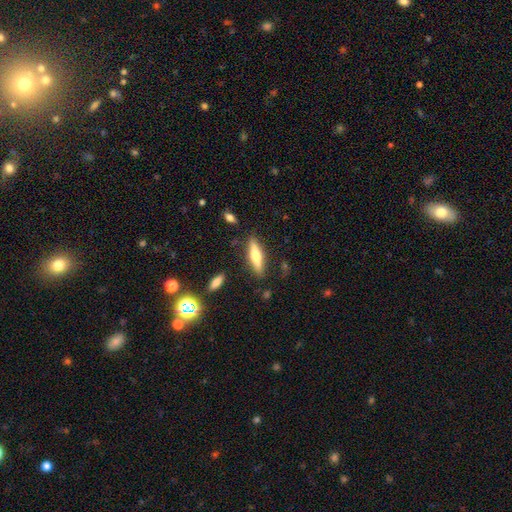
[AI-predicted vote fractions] This is possibly a smooth galaxy (50%). Merging: clearly none (84%).